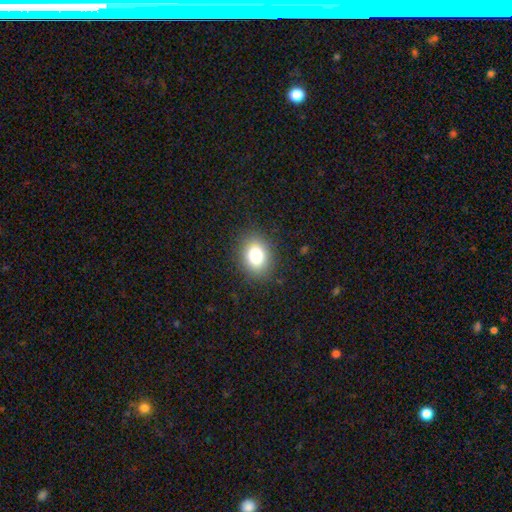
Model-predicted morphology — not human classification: A smooth galaxy with no disk features (80%) that is in between round and cigar-shaped (52%).

Vote fractions:
- Smooth or featured? smooth: 80% / star or artifact: 11% / featured or disk: 9%
- How rounded? in between: 52% / round: 47% / cigar-shaped: 1%
- Merging? none: 87% / minor disturbance: 9% / major disturbance: 3% / merger: 1%